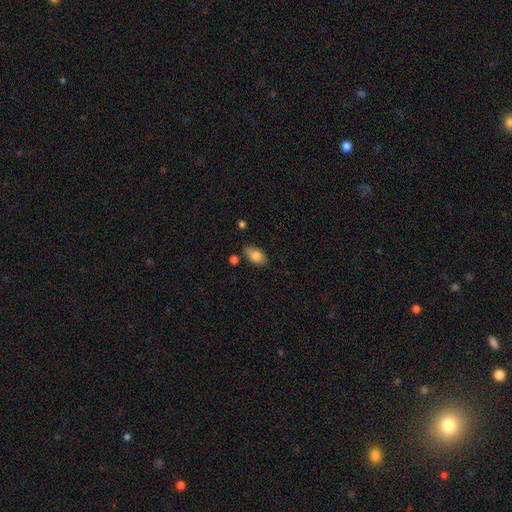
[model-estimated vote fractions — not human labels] Q: Smooth or featured?
A: smooth (80%); runner-up: featured or disk (13%)
Q: How rounded?
A: in between (91%); runner-up: round (6%)
Q: Merging?
A: none (75%); runner-up: minor disturbance (18%)